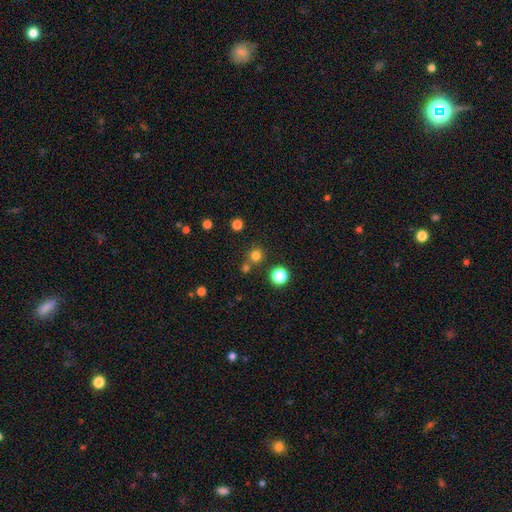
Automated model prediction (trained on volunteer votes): Smooth or featured?
  - smooth: 76% *
  - star or artifact: 18%
  - featured or disk: 5%
How rounded?
  - round: 92% *
  - in between: 7%
  - cigar-shaped: 1%
Merging?
  - none: 73% *
  - merger: 17%
  - minor disturbance: 7%
  - major disturbance: 3%